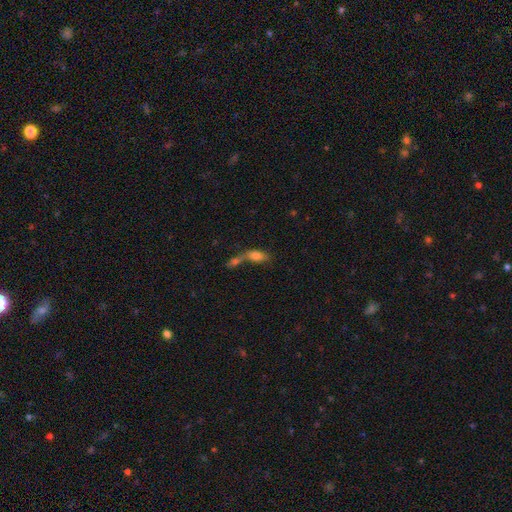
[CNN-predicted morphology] type=smooth (76%); roundness=in between (82%); merging=merger (66%).